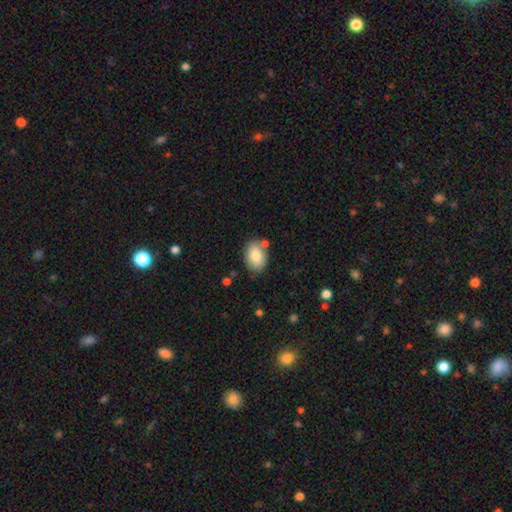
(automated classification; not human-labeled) smooth 81%, featured or disk 12%, star or artifact 7%. Down the decision tree: how rounded — in between (82%); merging — none (75%).